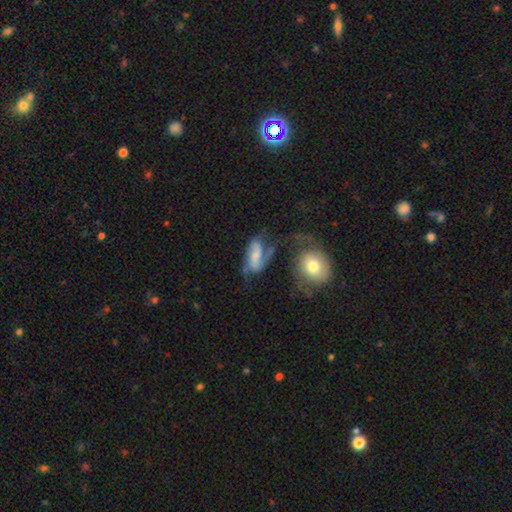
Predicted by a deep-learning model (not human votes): smooth_or_featured: featured or disk (p=0.66) [alt: smooth p=0.26]
disk_edge_on: no (p=0.95) [alt: yes p=0.05]
bar: no (p=0.42) [alt: weak p=0.40]
has_spiral_arms: yes (p=0.88) [alt: no p=0.12]
spiral_winding: medium (p=0.42) [alt: loose p=0.40]
spiral_arm_count: 2 (p=0.82) [alt: can't tell p=0.08]
bulge_size: small (p=0.46) [alt: moderate p=0.30]
merging: none (p=0.36) [alt: major disturbance p=0.22]